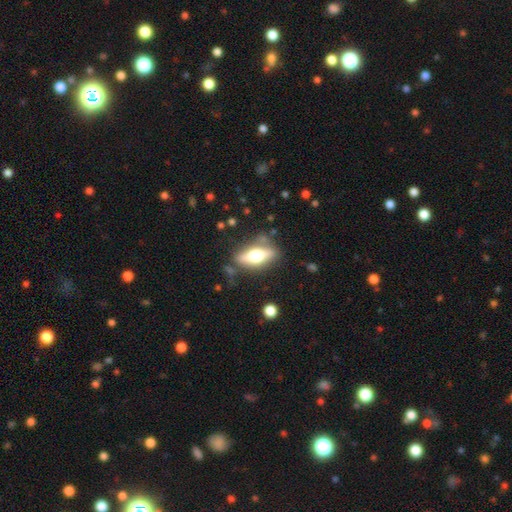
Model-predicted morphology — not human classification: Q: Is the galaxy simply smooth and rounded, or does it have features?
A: featured or disk — 50%.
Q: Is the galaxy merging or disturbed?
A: none — 78%.